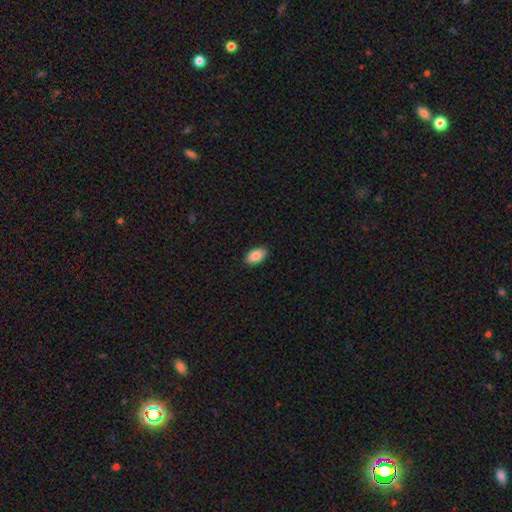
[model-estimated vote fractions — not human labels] A smooth galaxy with no disk features (88%) that is in between round and cigar-shaped (94%).

Vote fractions:
- Smooth or featured? smooth: 88% / star or artifact: 7% / featured or disk: 5%
- How rounded? in between: 94% / round: 5% / cigar-shaped: 2%
- Merging? none: 89% / minor disturbance: 8% / major disturbance: 2% / merger: 1%